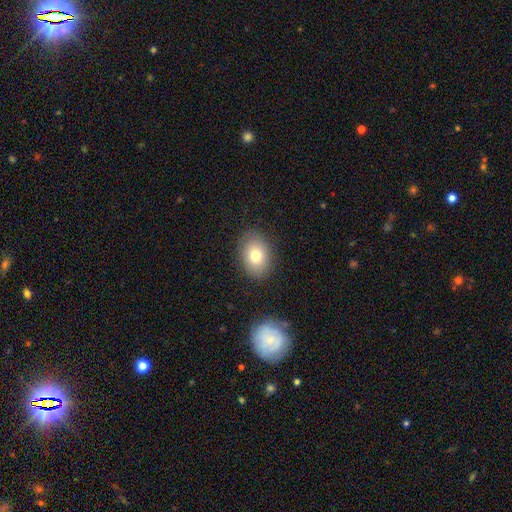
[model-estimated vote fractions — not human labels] This is likely a smooth galaxy (76%). How rounded: likely in between (70%). Merging: clearly none (85%).